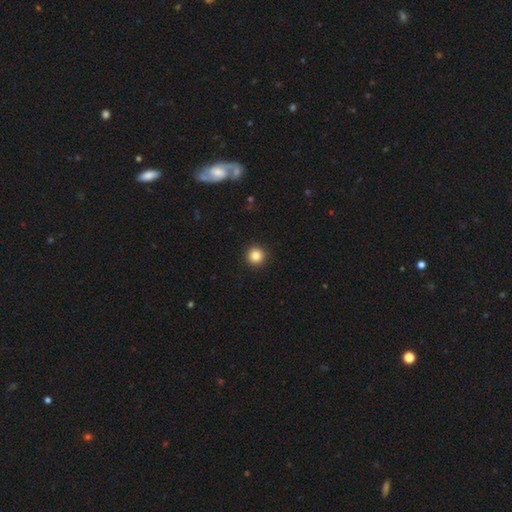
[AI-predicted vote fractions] This is clearly a smooth galaxy (84%). How rounded: clearly round (96%). Merging: clearly none (93%).